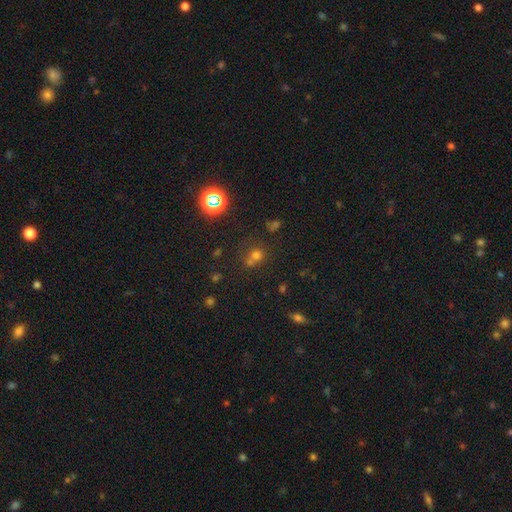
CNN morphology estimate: The model was most divided on "merging": none: 51%, merger: 35%, minor disturbance: 9%, major disturbance: 5%. More confident: how rounded — round (81%); smooth or featured — smooth (53%).